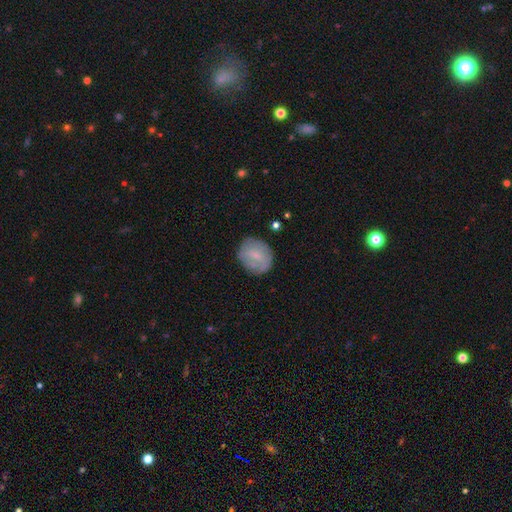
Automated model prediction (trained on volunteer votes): Smooth or featured? Predicted: smooth (p=0.54). How rounded? Predicted: round (p=0.70). Merging? Predicted: none (p=0.73).